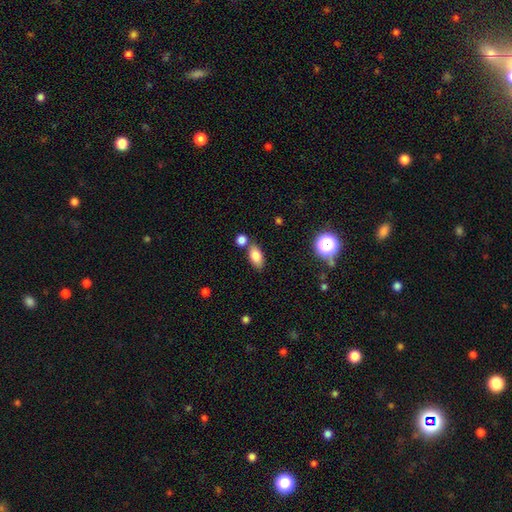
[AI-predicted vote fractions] Q: Smooth or featured?
A: smooth (81%); runner-up: featured or disk (9%)
Q: How rounded?
A: in between (88%); runner-up: round (6%)
Q: Merging?
A: none (69%); runner-up: merger (15%)